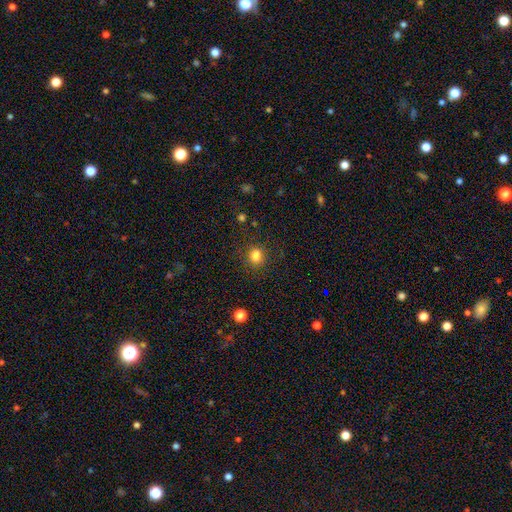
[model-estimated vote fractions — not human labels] Morphology: type=smooth (82%); roundness=round (69%); merging=none (83%).